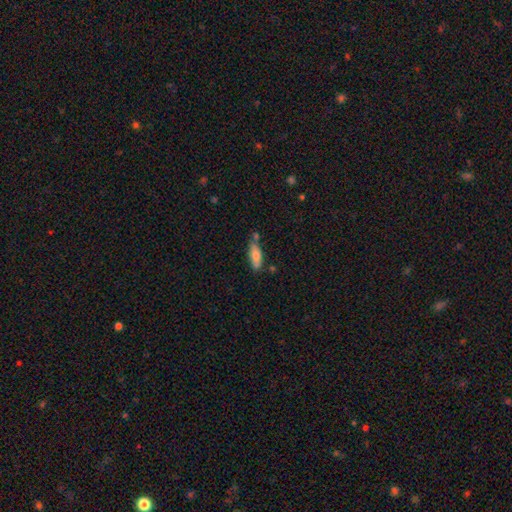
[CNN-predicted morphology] This appears to be a smooth galaxy with no disk features (75%) that is in between round and cigar-shaped (57%). Merging: none (67%).